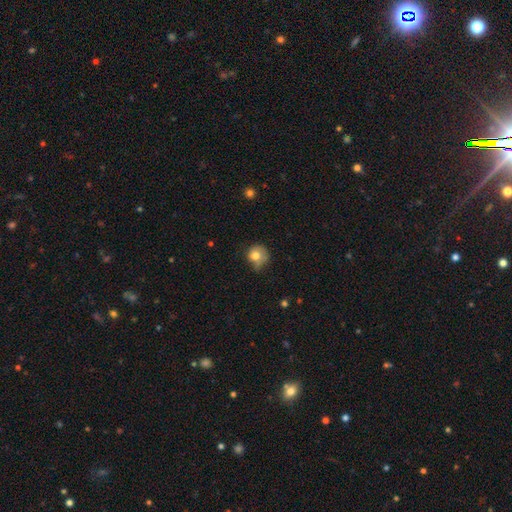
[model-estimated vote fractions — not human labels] Smooth or featured?
  - smooth: 76% *
  - featured or disk: 15%
  - star or artifact: 9%
How rounded?
  - round: 82% *
  - in between: 17%
  - cigar-shaped: 1%
Merging?
  - none: 47% *
  - minor disturbance: 35%
  - major disturbance: 14%
  - merger: 4%